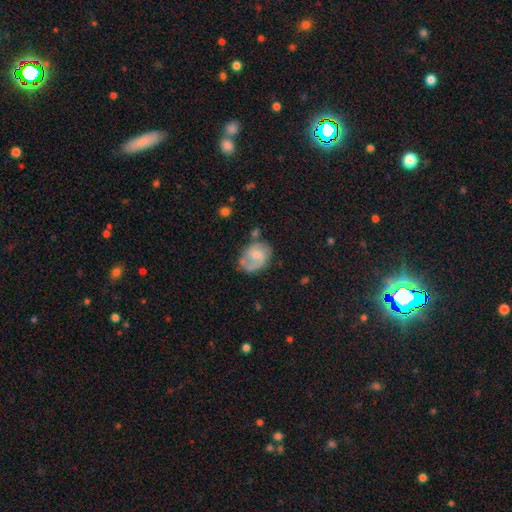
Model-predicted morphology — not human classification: Smooth or featured: featured or disk — 69% (smooth — 23%)
Edge-on disk: no — 97% (yes — 3%)
Bar: no — 58% (weak — 36%)
Spiral arms: yes — 89% (no — 11%)
Spiral winding: medium — 43% (tight — 37%)
Spiral arm count: 2 — 59% (1 — 24%)
Bulge size: small — 48% (moderate — 43%)
Merging: none — 58% (minor disturbance — 24%)